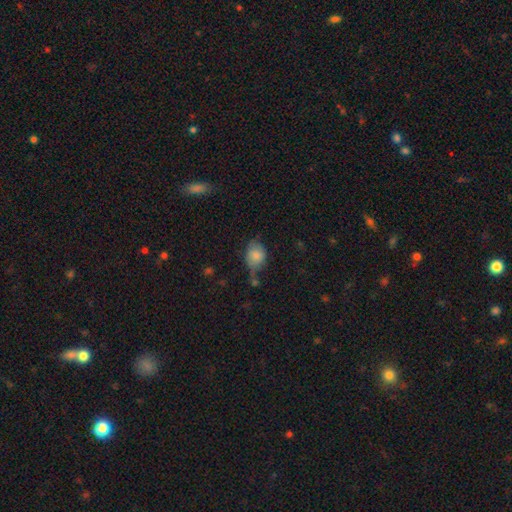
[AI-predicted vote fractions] Q: Smooth or featured?
A: smooth (80%); runner-up: featured or disk (12%)
Q: How rounded?
A: in between (60%); runner-up: round (39%)
Q: Merging?
A: none (44%); runner-up: minor disturbance (33%)